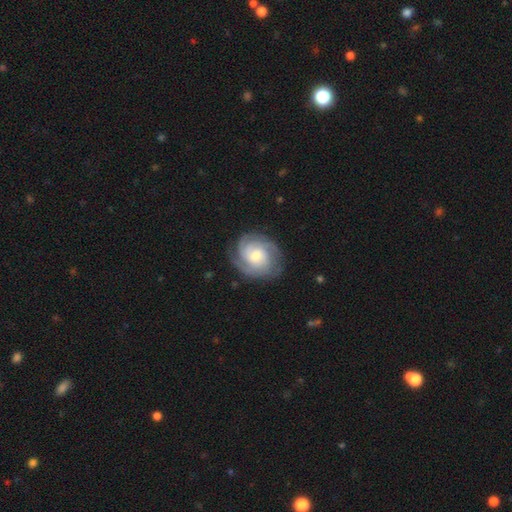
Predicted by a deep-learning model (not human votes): smooth-or-featured: featured or disk: 83% | smooth: 12% | star or artifact: 5%
  disk-edge-on: no: 98% | yes: 2%
    bar: no: 70% | weak: 26% | strong: 4%
    has-spiral-arms: yes: 97% | no: 3%
      spiral-winding: tight: 67% | medium: 28% | loose: 5%
      spiral-arm-count: 3: 35% | can't tell: 21% | 4: 17% | 2: 15% | more than 4: 6% | 1: 6%
    bulge-size: moderate: 55% | small: 33% | large: 9% | none: 2% | dominant: 1%
  merging: none: 79% | minor disturbance: 15% | major disturbance: 5% | merger: 1%